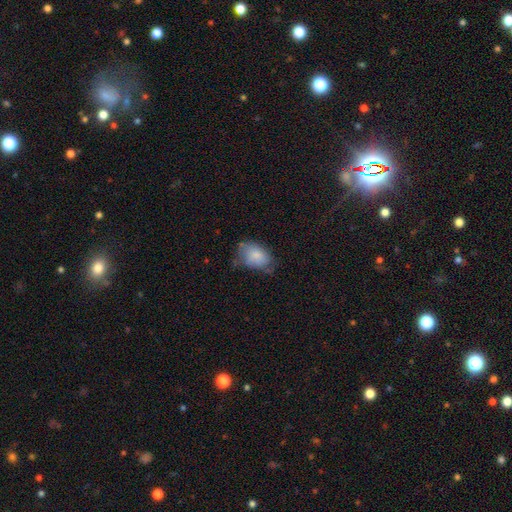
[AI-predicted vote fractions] A smooth galaxy with no disk features (77%) that is in between round and cigar-shaped (83%). Merging: none (42%).